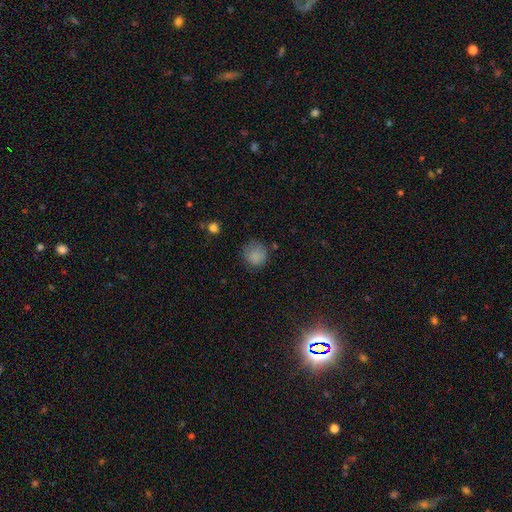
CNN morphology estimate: A smooth galaxy with no disk features (84%) that is round (90%). Merging: none (72%).